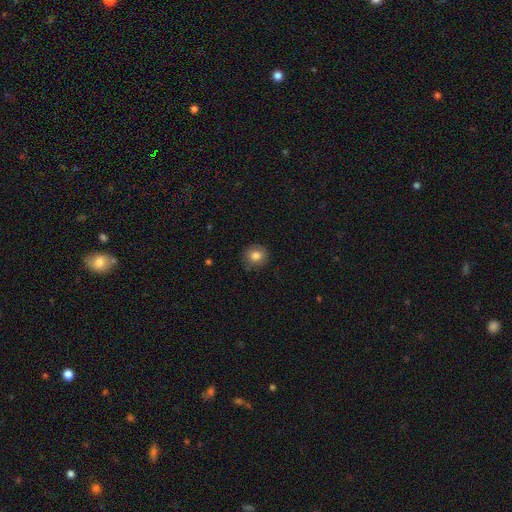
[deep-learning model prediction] Smooth or featured?
  - smooth: 83% *
  - star or artifact: 10%
  - featured or disk: 8%
How rounded?
  - round: 87% *
  - in between: 12%
  - cigar-shaped: 1%
Merging?
  - none: 86% *
  - minor disturbance: 10%
  - major disturbance: 2%
  - merger: 1%